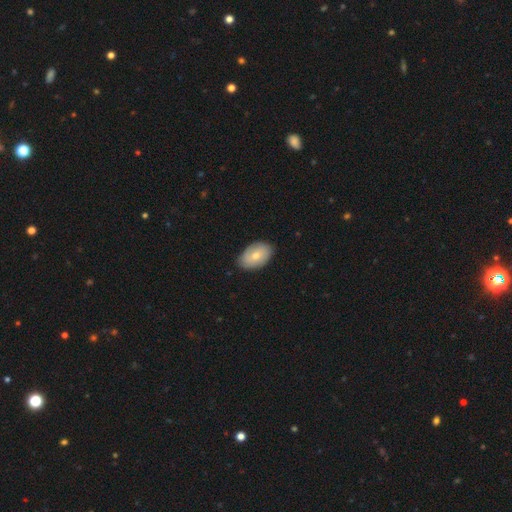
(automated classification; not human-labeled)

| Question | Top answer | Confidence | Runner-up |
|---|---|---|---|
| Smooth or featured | smooth | 70% | featured or disk (24%) |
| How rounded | in between | 91% | round (8%) |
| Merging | none | 83% | minor disturbance (13%) |